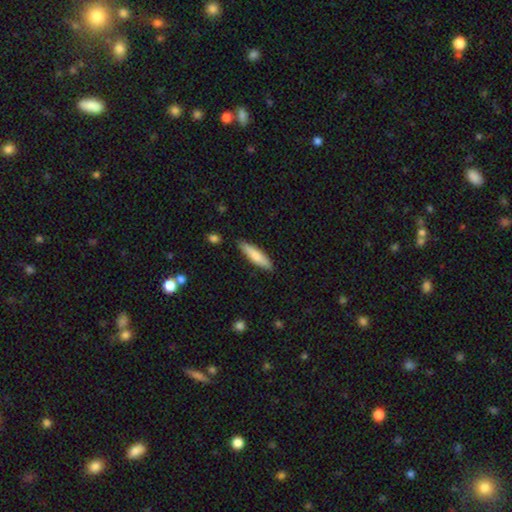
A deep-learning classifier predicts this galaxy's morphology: Smooth or featured?
  - smooth: 75% *
  - featured or disk: 20%
  - star or artifact: 5%
How rounded?
  - cigar-shaped: 78% *
  - in between: 21%
  - round: 1%
Merging?
  - none: 85% *
  - minor disturbance: 11%
  - major disturbance: 2%
  - merger: 2%